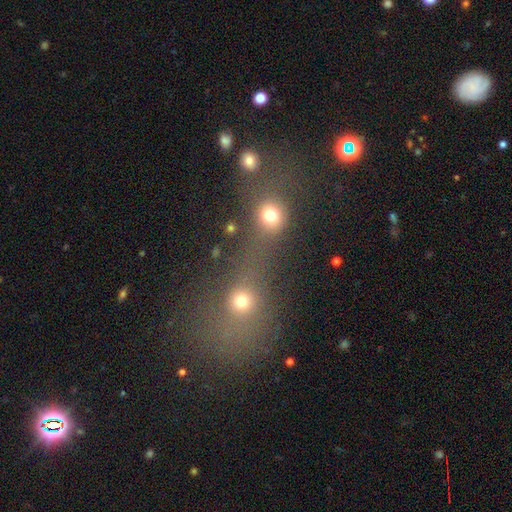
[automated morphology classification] A smooth galaxy with no disk features (52%) that is round (74%).

Vote fractions:
- Smooth or featured? smooth: 52% / star or artifact: 32% / featured or disk: 16%
- How rounded? round: 74% / in between: 23% / cigar-shaped: 3%
- Merging? merger: 70% / none: 18% / major disturbance: 7% / minor disturbance: 5%